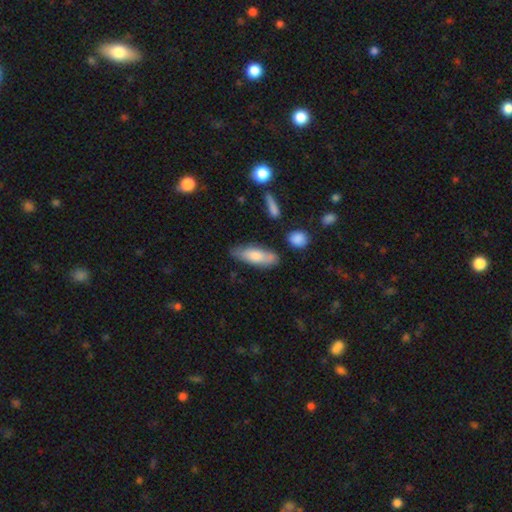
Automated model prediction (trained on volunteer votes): Smooth or featured: smooth — 72% (featured or disk — 22%)
How rounded: in between — 58% (cigar-shaped — 40%)
Merging: none — 71% (minor disturbance — 20%)